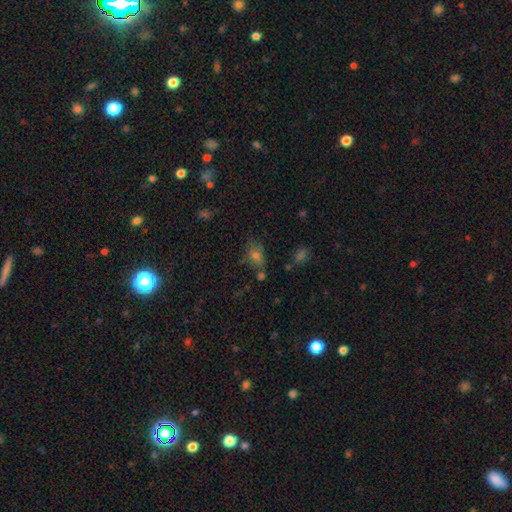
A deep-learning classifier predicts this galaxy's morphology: Smooth or featured?
  - smooth: 56% *
  - star or artifact: 28%
  - featured or disk: 16%
How rounded?
  - in between: 71% *
  - round: 24%
  - cigar-shaped: 5%
Merging?
  - none: 60% *
  - minor disturbance: 20%
  - merger: 11%
  - major disturbance: 9%